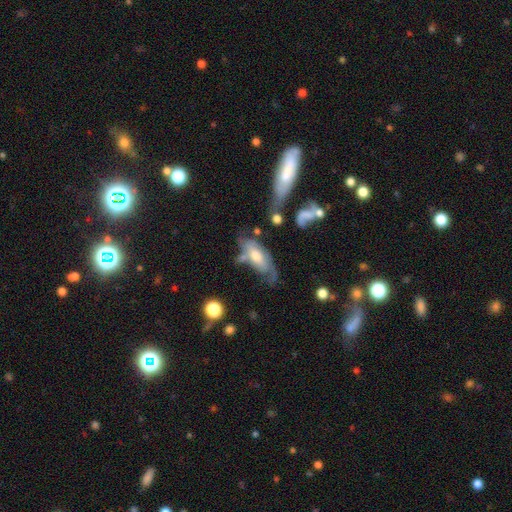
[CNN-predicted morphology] Smooth or featured?
  - featured or disk: 57% *
  - smooth: 36%
  - star or artifact: 7%
Edge-on disk?
  - no: 80% *
  - yes: 20%
Merging?
  - none: 37% *
  - minor disturbance: 26%
  - major disturbance: 22%
  - merger: 15%